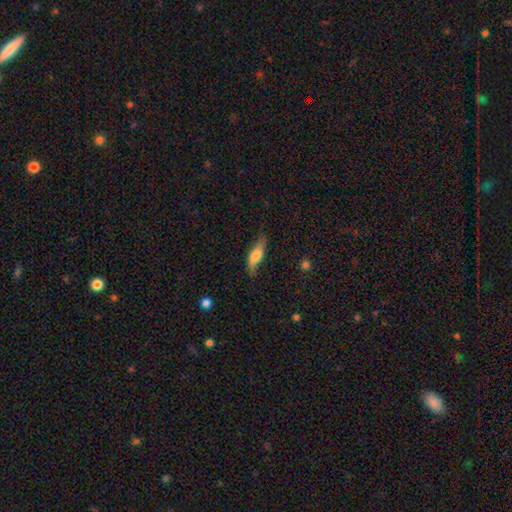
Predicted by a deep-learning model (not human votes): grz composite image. It shows a smooth galaxy with no disk features (59%) that is in between round and cigar-shaped (56%). Merging: none (65%).